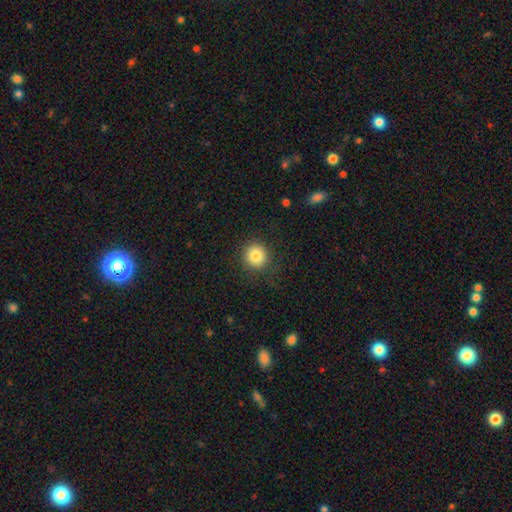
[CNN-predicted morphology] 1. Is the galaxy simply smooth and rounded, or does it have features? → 84% smooth, 10% star or artifact, 6% featured or disk.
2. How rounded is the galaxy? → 92% round, 7% in between, 1% cigar-shaped.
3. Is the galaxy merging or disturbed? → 87% none, 8% minor disturbance, 4% major disturbance, 1% merger.